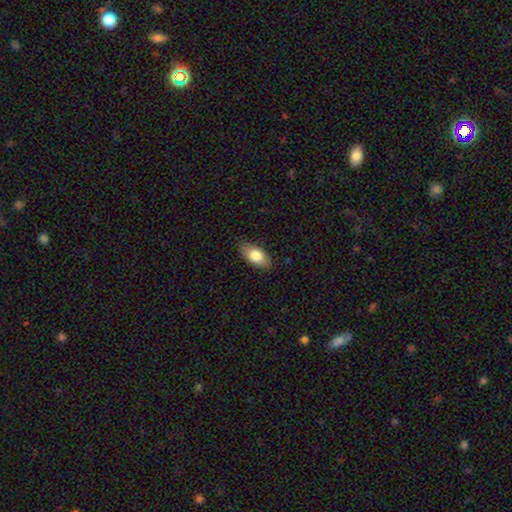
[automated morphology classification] smooth_or_featured: smooth (p=0.80) [alt: featured or disk p=0.13]
how_rounded: in between (p=0.90) [alt: cigar-shaped p=0.05]
merging: none (p=0.84) [alt: minor disturbance p=0.12]